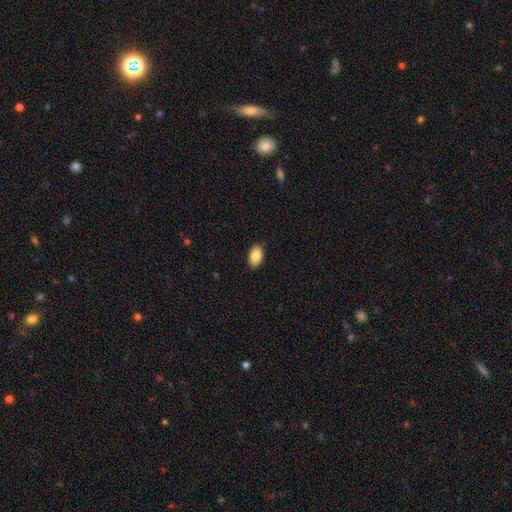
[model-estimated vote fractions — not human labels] Smooth or featured? Predicted: smooth (p=0.87). How rounded? Predicted: in between (p=0.93). Merging? Predicted: none (p=0.89).